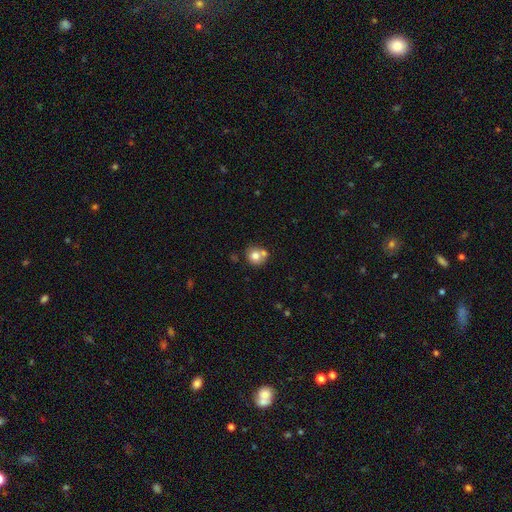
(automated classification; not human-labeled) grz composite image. It shows a smooth galaxy with no disk features (75%) that is round (84%). Merging: none (51%).